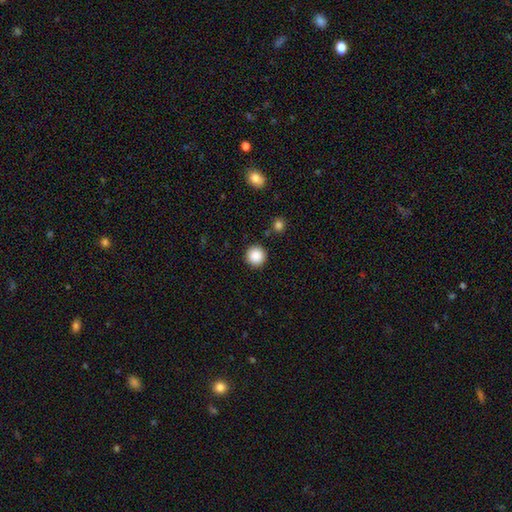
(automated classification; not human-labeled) Overall: smooth (88%). How rounded: round (95%). Merging: none (91%).